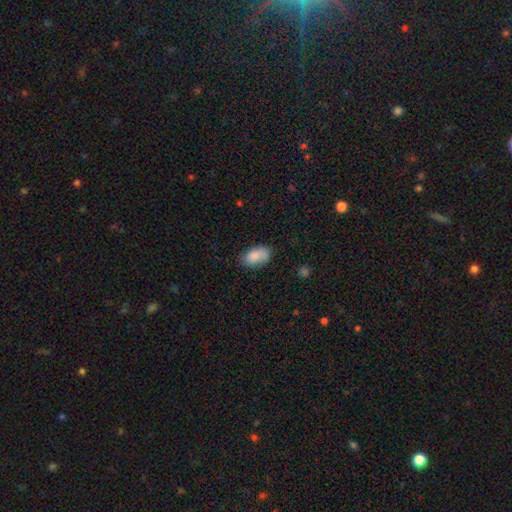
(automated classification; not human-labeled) Smooth or featured: smooth — 81% (featured or disk — 12%)
How rounded: in between — 92% (round — 7%)
Merging: none — 67% (minor disturbance — 24%)